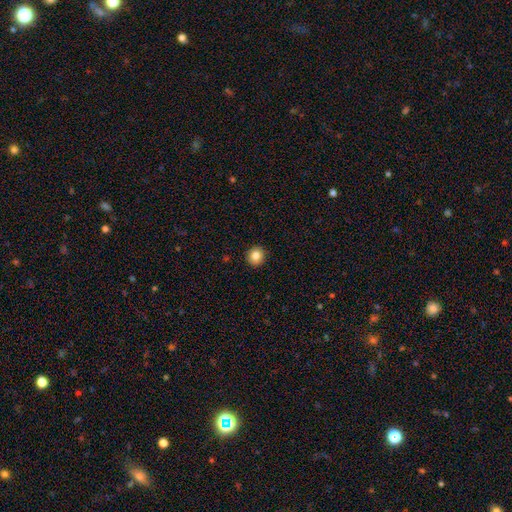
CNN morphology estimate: This is clearly a smooth galaxy (85%). How rounded: clearly round (89%). Merging: clearly none (92%).